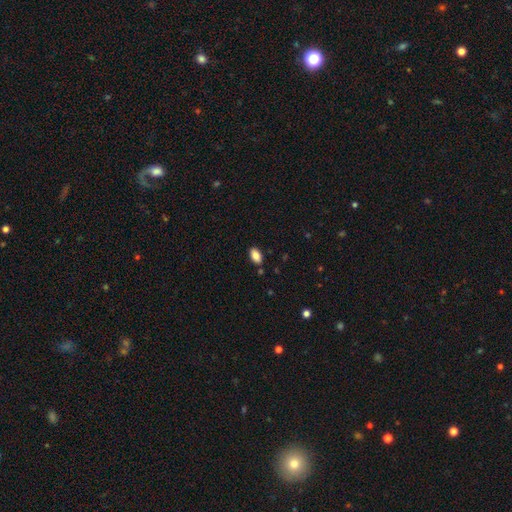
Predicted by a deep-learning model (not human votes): Morphology: type=smooth (86%); roundness=in between (93%); merging=none (86%).